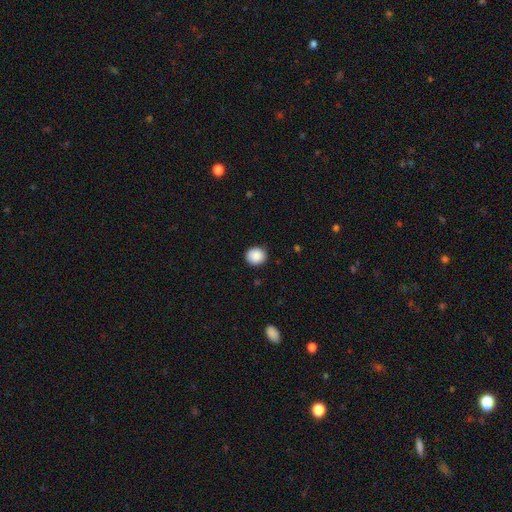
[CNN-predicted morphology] smooth_or_featured: smooth (p=0.89) [alt: star or artifact p=0.08]
how_rounded: round (p=0.87) [alt: in between p=0.12]
merging: none (p=0.89) [alt: minor disturbance p=0.08]